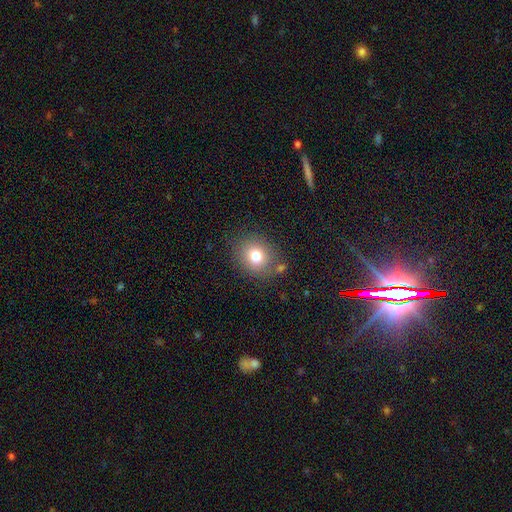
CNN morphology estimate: This appears to be a smooth galaxy with no disk features (76%) that is round (71%). Merging: none (79%).